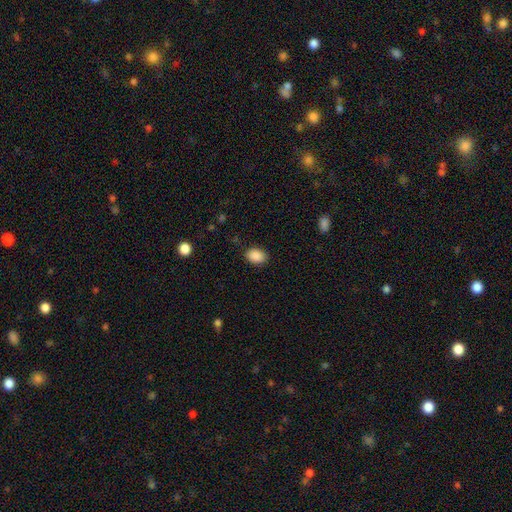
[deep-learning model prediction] Smooth or featured: smooth — 89% (star or artifact — 8%)
How rounded: in between — 77% (round — 22%)
Merging: none — 87% (minor disturbance — 10%)